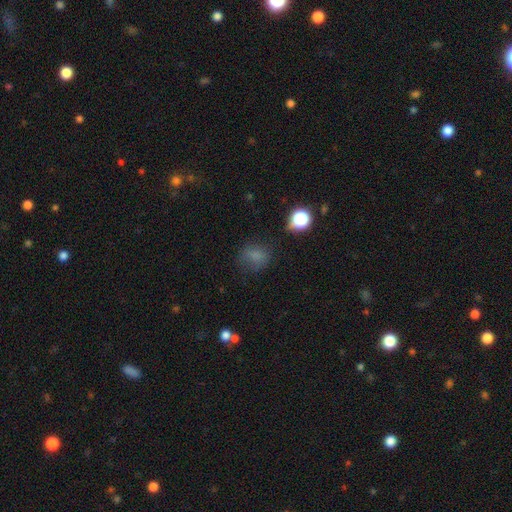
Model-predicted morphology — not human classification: smooth_or_featured: smooth (p=0.73) [alt: star or artifact p=0.18]
how_rounded: round (p=0.57) [alt: in between p=0.41]
merging: none (p=0.63) [alt: minor disturbance p=0.23]